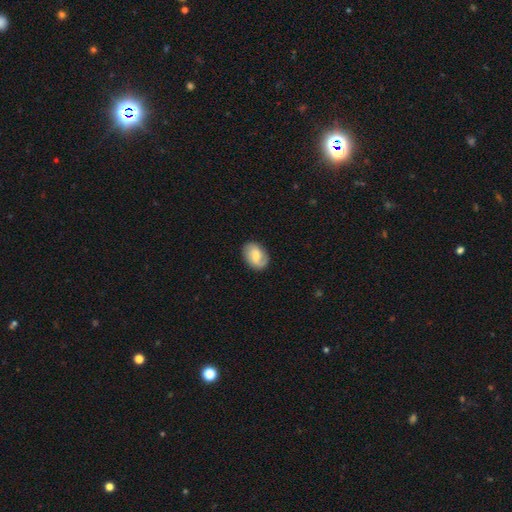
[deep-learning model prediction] Morphology: type=featured or disk (55%); edge-on=no (97%); bar=weak (52%); spiral arms=yes (90%); bulge=moderate (42%); merging=none (82%).